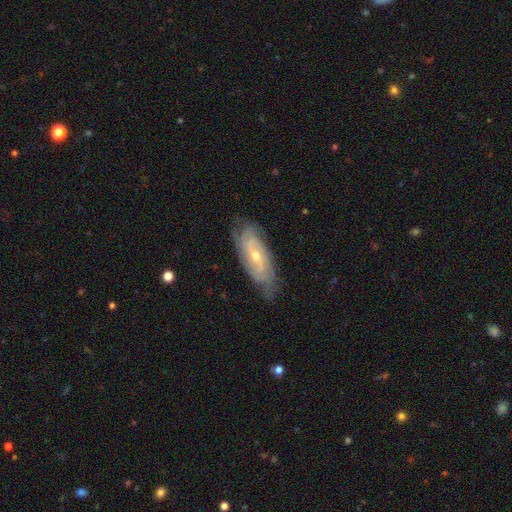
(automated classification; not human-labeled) smooth_or_featured: featured or disk (p=0.82) [alt: smooth p=0.12]
disk_edge_on: no (p=0.90) [alt: yes p=0.10]
bar: no (p=0.53) [alt: weak p=0.36]
has_spiral_arms: yes (p=0.95) [alt: no p=0.05]
spiral_winding: tight (p=0.63) [alt: medium p=0.29]
spiral_arm_count: can't tell (p=0.35) [alt: 2 p=0.27]
bulge_size: small (p=0.57) [alt: moderate p=0.40]
merging: none (p=0.75) [alt: minor disturbance p=0.19]